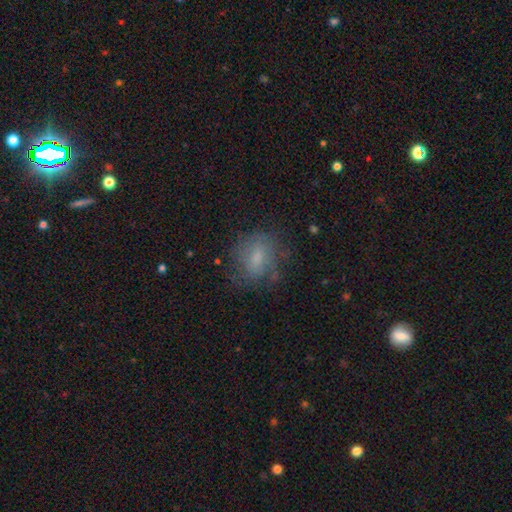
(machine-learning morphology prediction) A smooth galaxy with no disk features (50%).

Vote fractions:
- Smooth or featured? smooth: 50% / featured or disk: 31% / star or artifact: 19%
- Merging? none: 68% / minor disturbance: 19% / major disturbance: 11% / merger: 1%